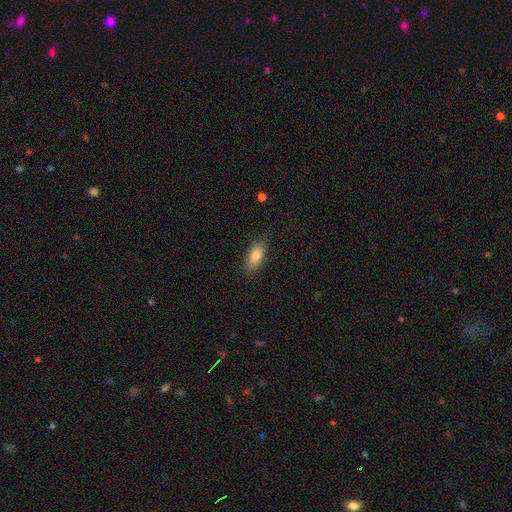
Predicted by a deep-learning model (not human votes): Smooth or featured?
  - smooth: 78% *
  - featured or disk: 14%
  - star or artifact: 7%
How rounded?
  - in between: 79% *
  - cigar-shaped: 17%
  - round: 3%
Merging?
  - none: 81% *
  - minor disturbance: 15%
  - major disturbance: 3%
  - merger: 1%